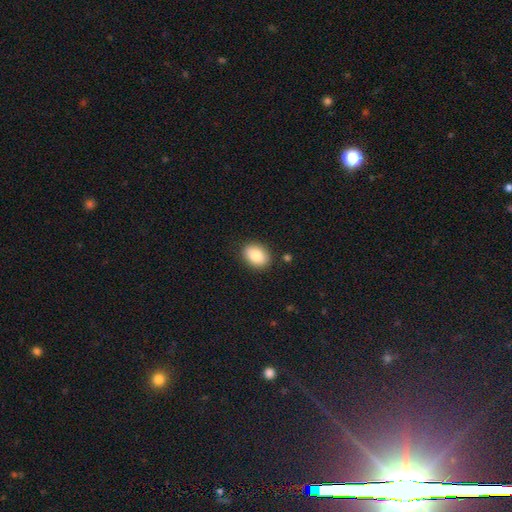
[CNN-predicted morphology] Overall: smooth (87%). How rounded: in between (74%). Merging: none (87%).